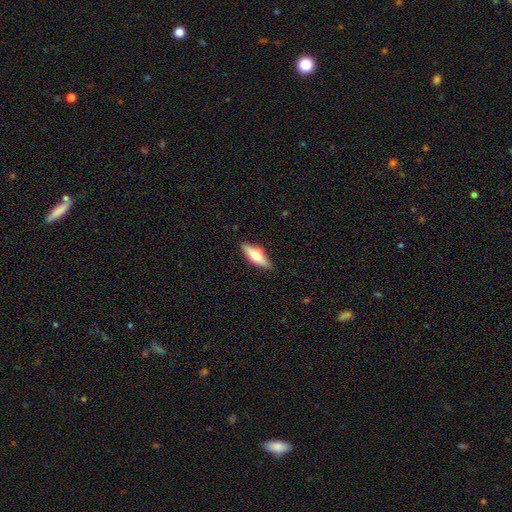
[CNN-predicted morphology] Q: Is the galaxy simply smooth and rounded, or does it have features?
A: smooth — 56%.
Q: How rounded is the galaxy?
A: in between — 59%.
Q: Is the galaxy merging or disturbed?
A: none — 86%.